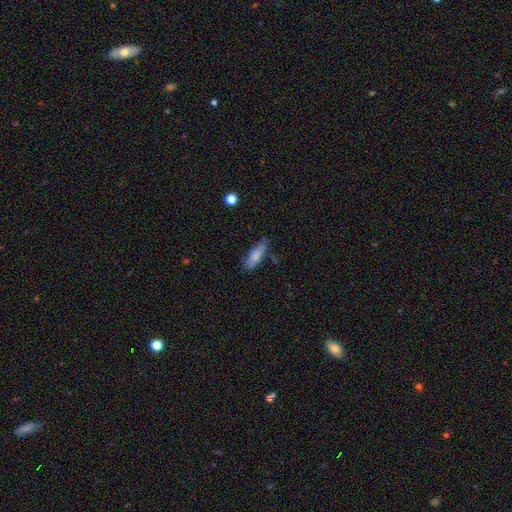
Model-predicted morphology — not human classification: type=smooth (78%); roundness=in between (55%); merging=none (70%).